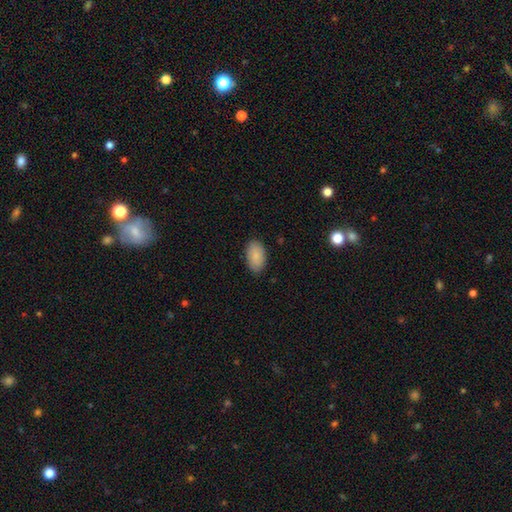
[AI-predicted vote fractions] smooth_or_featured: smooth (p=0.87) [alt: featured or disk p=0.06]
how_rounded: in between (p=0.94) [alt: round p=0.04]
merging: none (p=0.86) [alt: minor disturbance p=0.11]